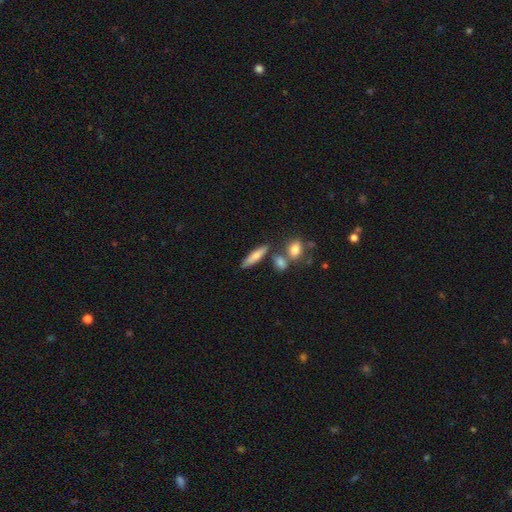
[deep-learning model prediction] Smooth or featured? Predicted: smooth (p=0.71). How rounded? Predicted: cigar-shaped (p=0.68). Merging? Predicted: none (p=0.71).